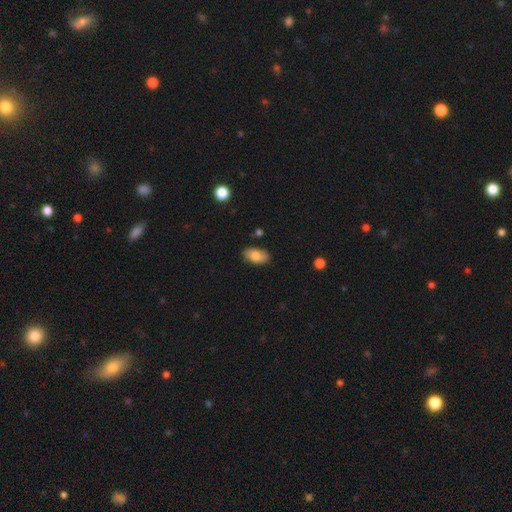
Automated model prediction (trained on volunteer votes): This appears to be a smooth galaxy with no disk features (76%) that is in between round and cigar-shaped (93%). Merging: none (82%).